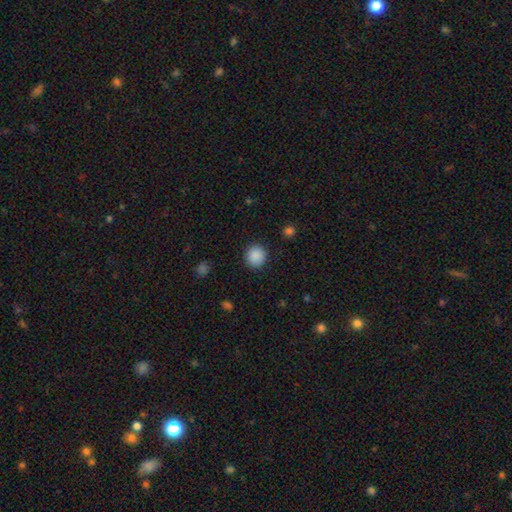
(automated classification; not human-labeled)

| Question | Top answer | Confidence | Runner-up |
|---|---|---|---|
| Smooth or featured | smooth | 89% | star or artifact (9%) |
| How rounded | round | 90% | in between (9%) |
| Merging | none | 91% | minor disturbance (6%) |